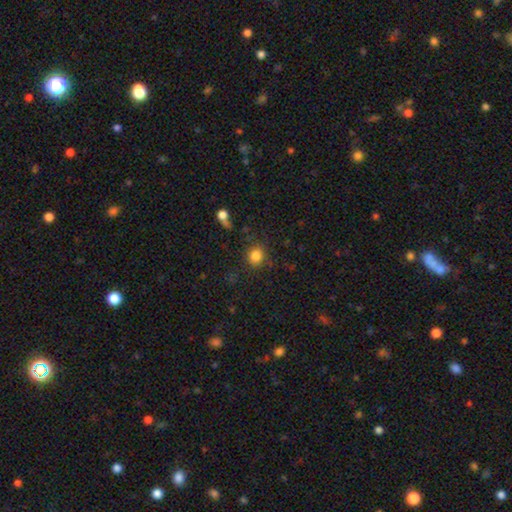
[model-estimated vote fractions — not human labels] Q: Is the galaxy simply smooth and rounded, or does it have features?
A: smooth — 84%.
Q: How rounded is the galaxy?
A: round — 86%.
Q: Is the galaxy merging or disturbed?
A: none — 81%.